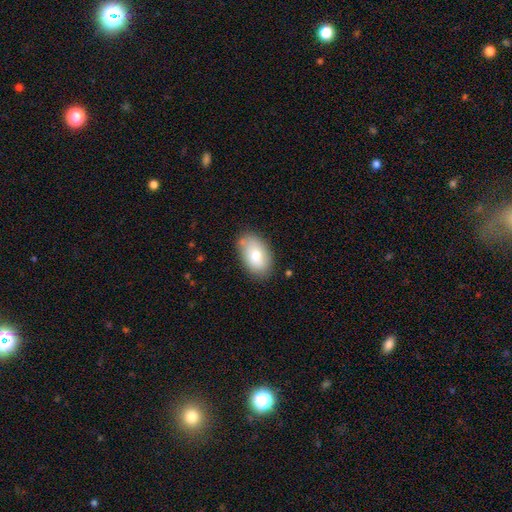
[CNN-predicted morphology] This appears to be a smooth galaxy with no disk features (75%) that is in between round and cigar-shaped (91%). Merging: none (77%).